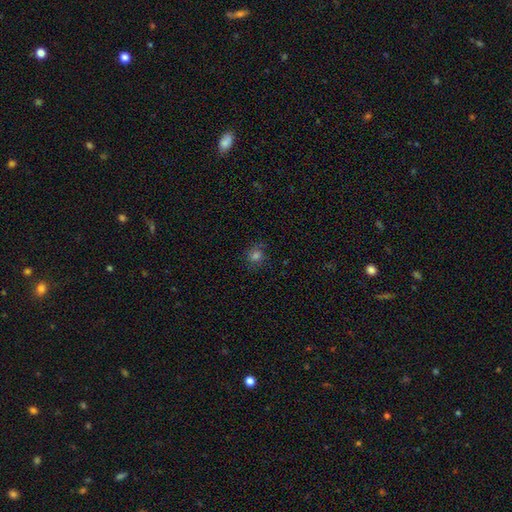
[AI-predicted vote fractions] smooth-or-featured: smooth: 68% | star or artifact: 22% | featured or disk: 10%
  how-rounded: round: 80% | in between: 19% | cigar-shaped: 1%
  merging: none: 76% | minor disturbance: 16% | major disturbance: 6% | merger: 2%